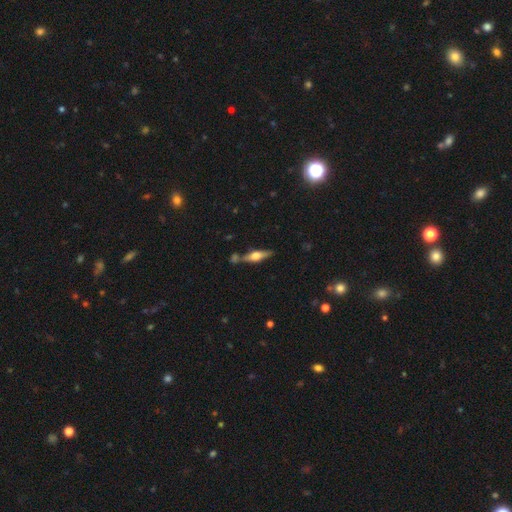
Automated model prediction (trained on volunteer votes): Smooth or featured?
  - featured or disk: 63% *
  - smooth: 30%
  - star or artifact: 7%
Edge-on disk?
  - yes: 94% *
  - no: 6%
Edge-on bulge?
  - rounded: 89% *
  - boxy: 9%
  - none: 2%
Merging?
  - none: 70% *
  - minor disturbance: 13%
  - merger: 13%
  - major disturbance: 4%